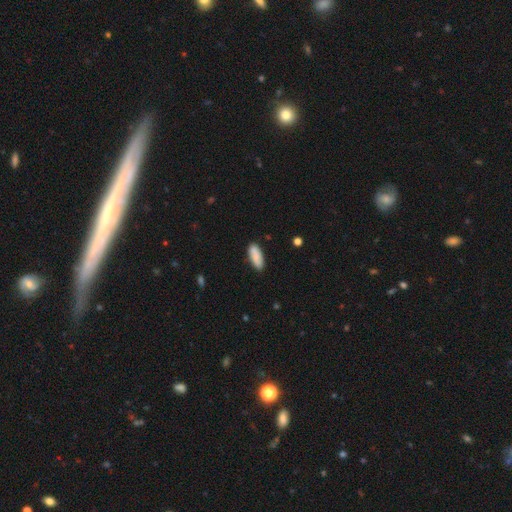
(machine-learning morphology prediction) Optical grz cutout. It shows a smooth galaxy with no disk features (84%) that is in between round and cigar-shaped (73%). Merging: none (81%).